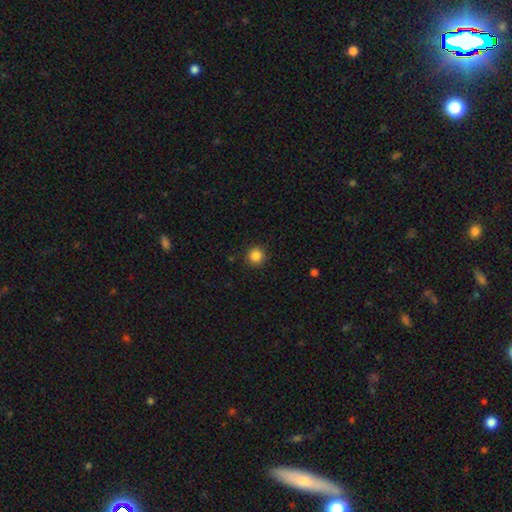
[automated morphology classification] Overall: smooth (85%). How rounded: round (95%). Merging: none (91%).